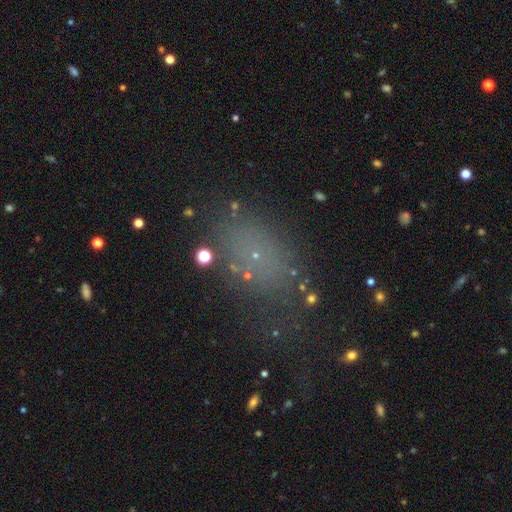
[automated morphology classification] The model was most divided on "smooth or featured": smooth: 50%, star or artifact: 34%, featured or disk: 16%. More confident: merging — none (62%).